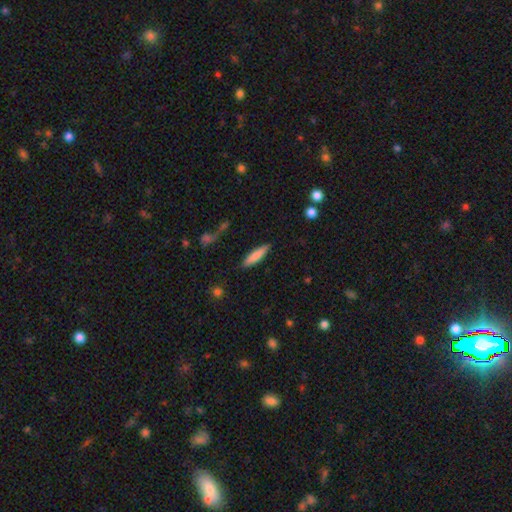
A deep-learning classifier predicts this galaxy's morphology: Smooth or featured? Predicted: smooth (p=0.80). How rounded? Predicted: cigar-shaped (p=0.78). Merging? Predicted: none (p=0.86).